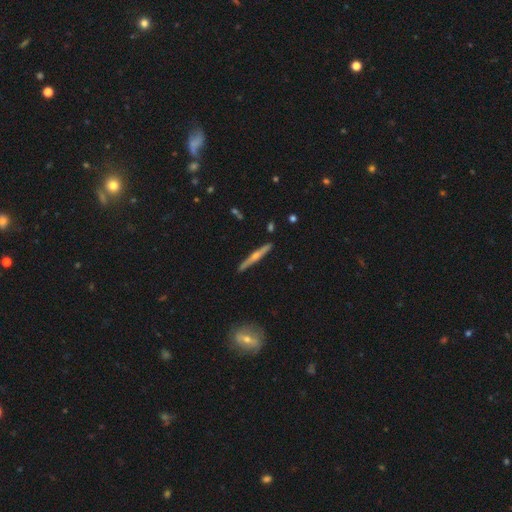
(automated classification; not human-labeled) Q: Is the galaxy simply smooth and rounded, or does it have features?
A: featured or disk — 74%.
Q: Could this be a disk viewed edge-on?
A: yes — 96%.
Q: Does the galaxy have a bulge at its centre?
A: rounded — 85%.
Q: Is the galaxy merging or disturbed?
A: none — 89%.